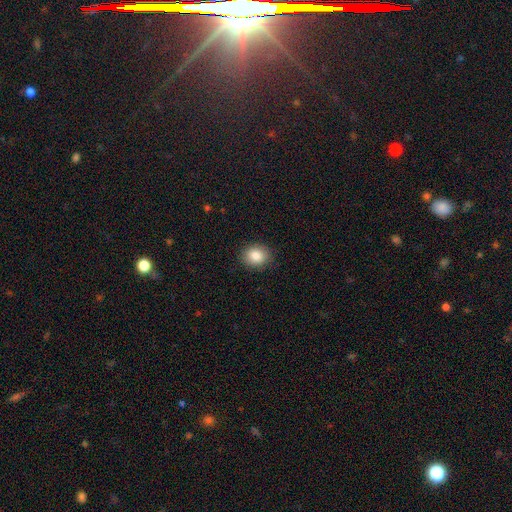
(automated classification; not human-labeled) A smooth galaxy with no disk features (86%) that is round (60%). Merging: none (88%).